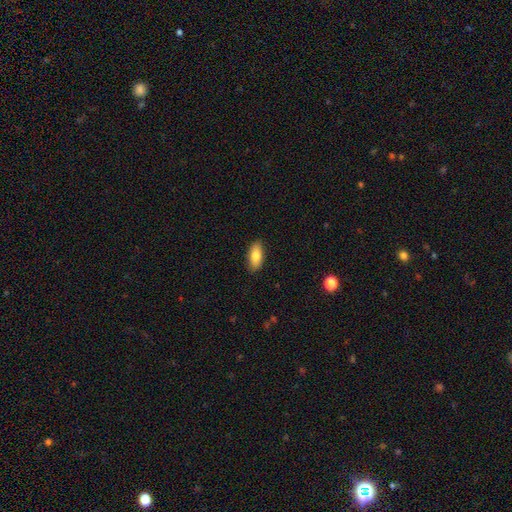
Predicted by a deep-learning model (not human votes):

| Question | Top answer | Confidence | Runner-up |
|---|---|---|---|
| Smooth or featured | smooth | 81% | featured or disk (12%) |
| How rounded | in between | 85% | cigar-shaped (12%) |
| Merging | none | 88% | minor disturbance (9%) |